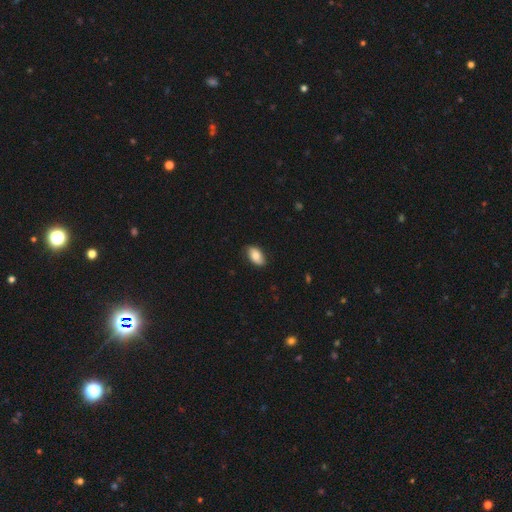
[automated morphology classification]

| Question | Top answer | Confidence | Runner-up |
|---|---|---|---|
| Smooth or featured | smooth | 75% | featured or disk (17%) |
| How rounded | in between | 93% | round (6%) |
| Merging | none | 81% | minor disturbance (15%) |